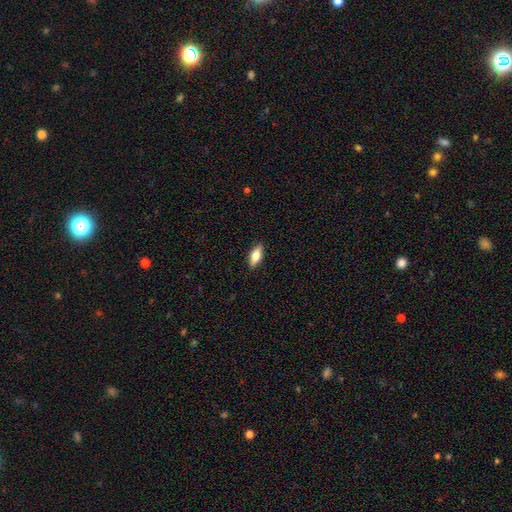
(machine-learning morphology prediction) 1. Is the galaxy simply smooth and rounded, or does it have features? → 72% smooth, 22% featured or disk, 6% star or artifact.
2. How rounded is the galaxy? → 76% in between, 22% cigar-shaped, 2% round.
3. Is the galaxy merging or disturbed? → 88% none, 9% minor disturbance, 2% major disturbance, 1% merger.